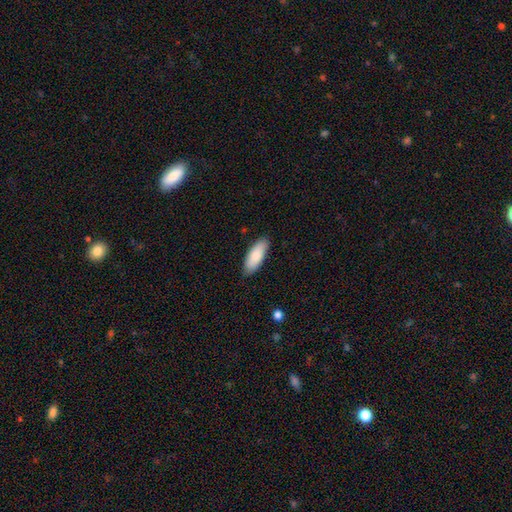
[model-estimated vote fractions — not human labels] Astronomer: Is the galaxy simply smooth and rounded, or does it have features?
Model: smooth — 85%.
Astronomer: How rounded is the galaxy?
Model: in between — 73%.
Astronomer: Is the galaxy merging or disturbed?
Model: none — 86%.